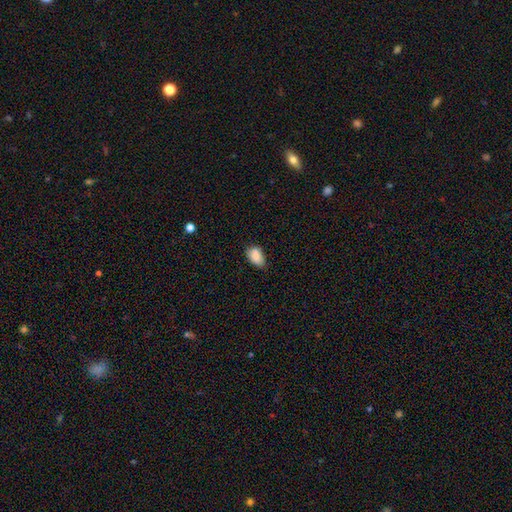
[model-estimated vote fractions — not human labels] smooth-or-featured: smooth: 87% | star or artifact: 8% | featured or disk: 4%
  how-rounded: in between: 90% | round: 8% | cigar-shaped: 2%
  merging: none: 65% | minor disturbance: 29% | major disturbance: 4% | merger: 2%